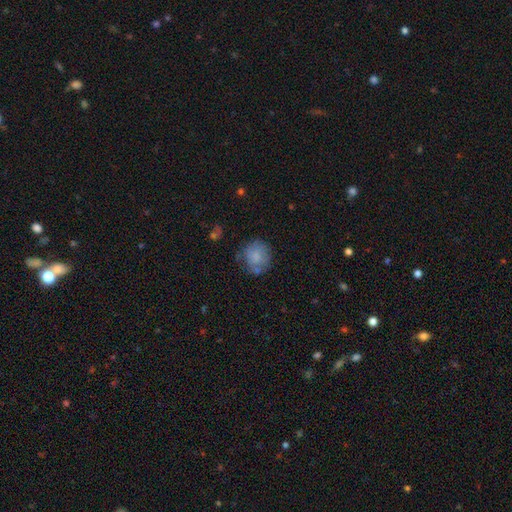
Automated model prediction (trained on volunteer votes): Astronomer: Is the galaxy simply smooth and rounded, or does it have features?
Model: smooth — 65%.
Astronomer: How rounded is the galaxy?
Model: round — 81%.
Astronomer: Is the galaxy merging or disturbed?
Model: none — 62%.